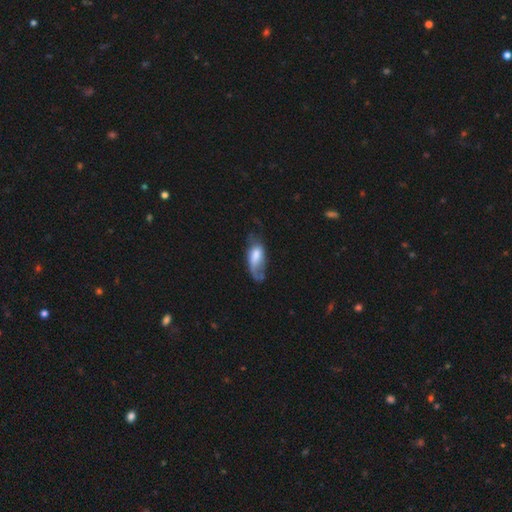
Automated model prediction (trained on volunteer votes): Smooth or featured? smooth (57%)
How rounded? in between (85%)
Merging? major disturbance (36%)